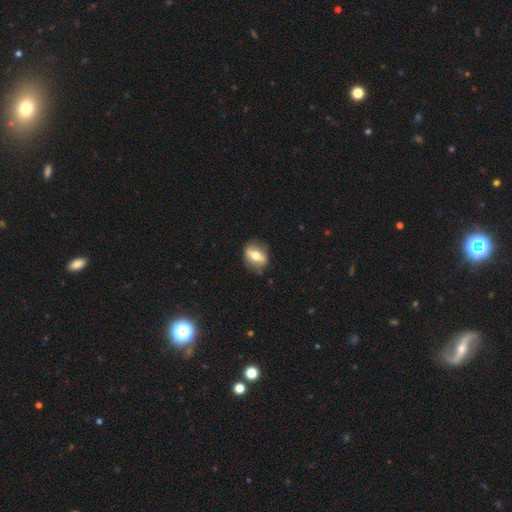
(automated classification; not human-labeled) Overall: featured or disk (47%; smooth 45%). Merging: none (80%).